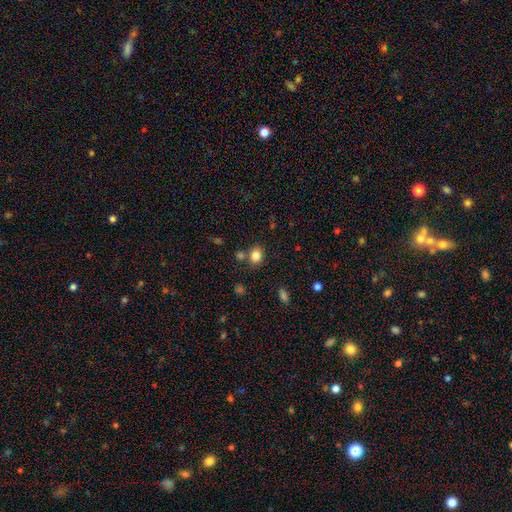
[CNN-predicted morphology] type=smooth (83%); roundness=in between (53%); merging=none (73%).